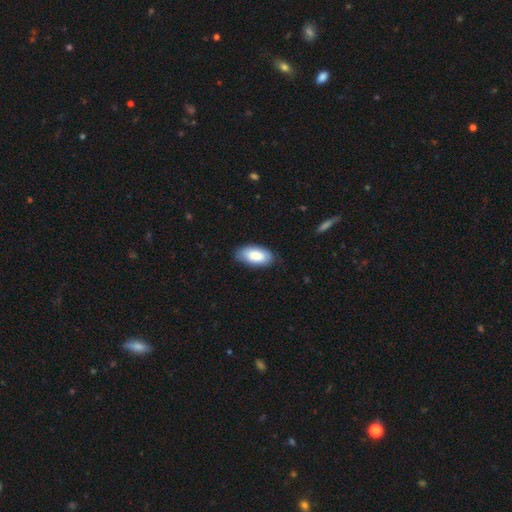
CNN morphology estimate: A smooth galaxy with no disk features (86%) that is in between round and cigar-shaped (93%). Merging: none (82%).